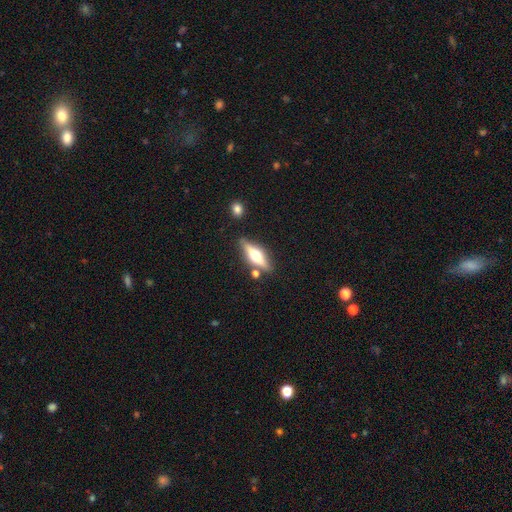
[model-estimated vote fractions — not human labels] A featured or disk galaxy (60%) viewed edge-on (93%) with a rounded central bulge (94%).

Vote fractions:
- Smooth or featured? featured or disk: 60% / smooth: 34% / star or artifact: 7%
- Edge-on disk? yes: 93% / no: 7%
- Edge-on bulge? rounded: 94% / boxy: 4% / none: 2%
- Merging? none: 80% / minor disturbance: 11% / merger: 6% / major disturbance: 3%